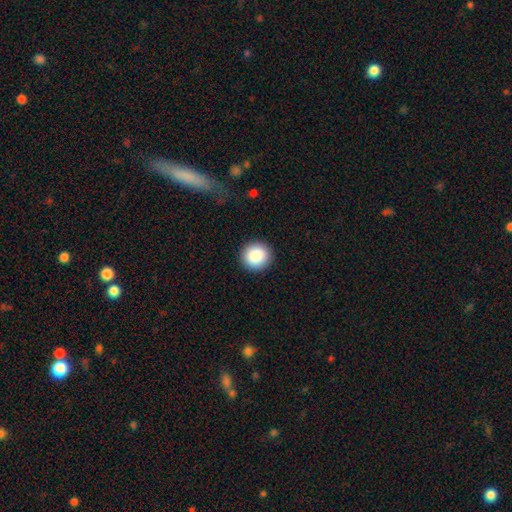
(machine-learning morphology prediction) The model was most divided on "smooth or featured": smooth: 87%, star or artifact: 8%, featured or disk: 4%. More confident: how rounded — round (93%); merging — none (92%).